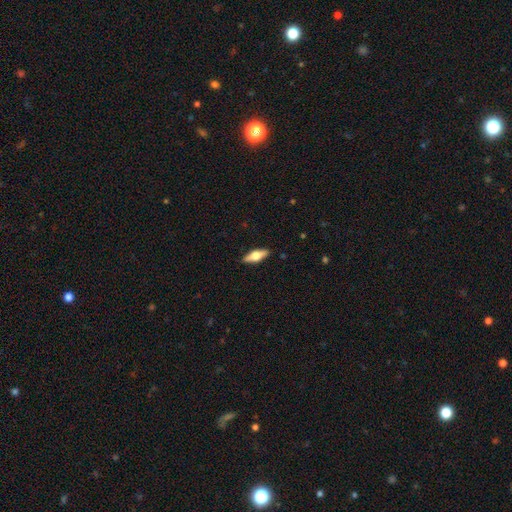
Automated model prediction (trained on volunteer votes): Smooth or featured?
  - featured or disk: 53% *
  - smooth: 41%
  - star or artifact: 6%
Edge-on disk?
  - yes: 93% *
  - no: 7%
Merging?
  - none: 90% *
  - minor disturbance: 8%
  - major disturbance: 2%
  - merger: 1%